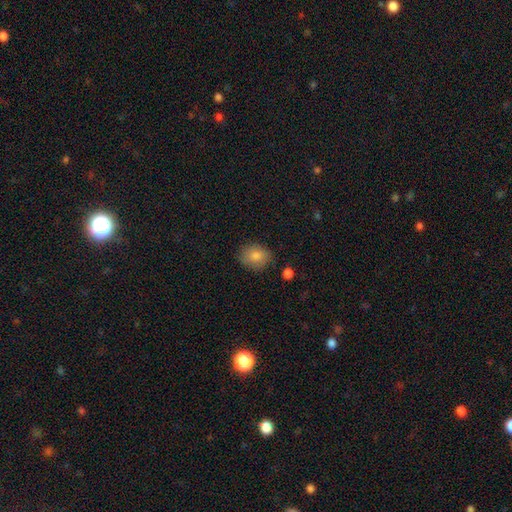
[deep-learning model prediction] Morphology: type=smooth (82%); roundness=round (53%); merging=none (83%).